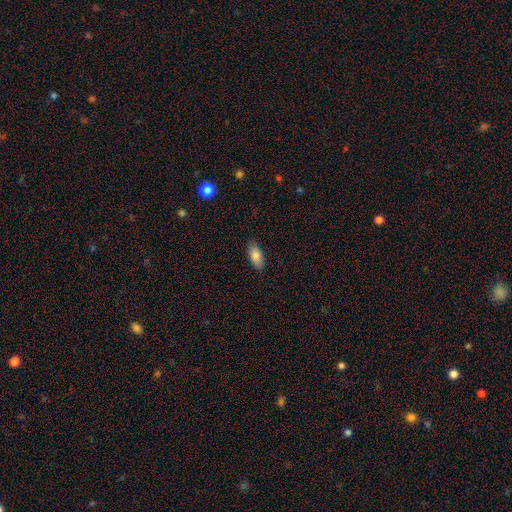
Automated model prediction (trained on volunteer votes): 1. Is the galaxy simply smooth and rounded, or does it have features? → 85% smooth, 9% featured or disk, 7% star or artifact.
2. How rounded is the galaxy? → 88% in between, 10% cigar-shaped, 2% round.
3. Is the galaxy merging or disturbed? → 86% none, 11% minor disturbance, 2% major disturbance, 1% merger.